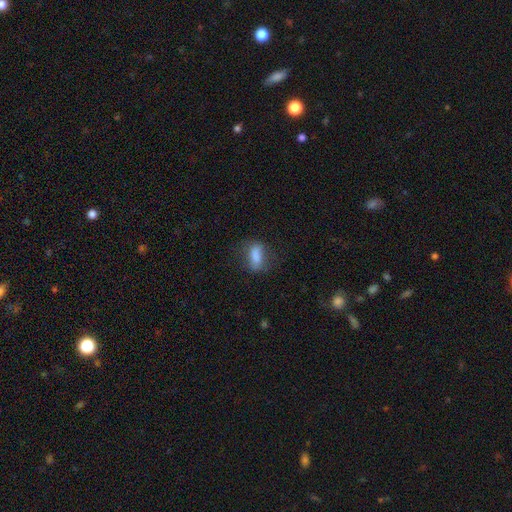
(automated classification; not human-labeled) smooth-or-featured: smooth: 76% | featured or disk: 14% | star or artifact: 10%
  how-rounded: in between: 80% | cigar-shaped: 13% | round: 8%
  merging: none: 60% | minor disturbance: 24% | major disturbance: 14% | merger: 2%